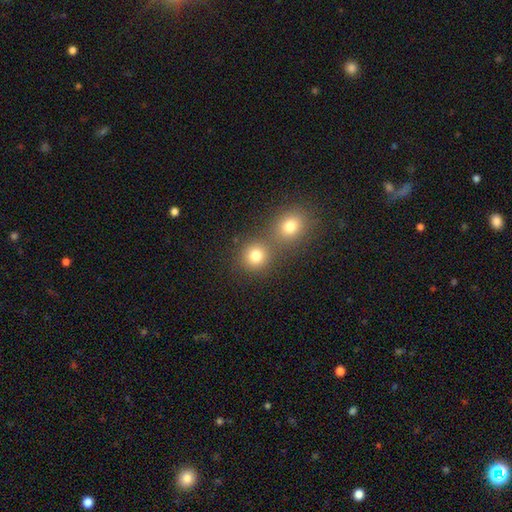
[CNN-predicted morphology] Smooth or featured?
  - smooth: 79% *
  - star or artifact: 14%
  - featured or disk: 7%
How rounded?
  - round: 87% *
  - in between: 12%
  - cigar-shaped: 1%
Merging?
  - none: 59% *
  - merger: 32%
  - minor disturbance: 6%
  - major disturbance: 3%